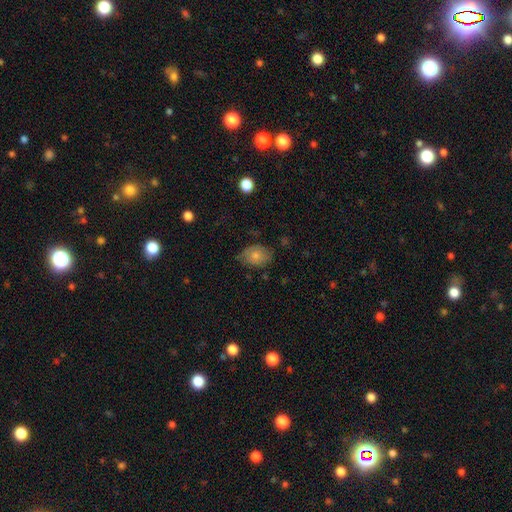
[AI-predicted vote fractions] The model was most divided on "merging": none: 66%, minor disturbance: 26%, major disturbance: 6%, merger: 2%. More confident: smooth or featured — smooth (79%); how rounded — in between (72%).